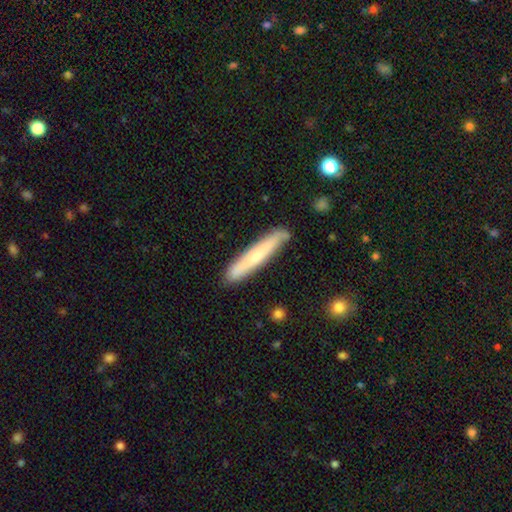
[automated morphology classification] A smooth galaxy with no disk features (62%) that is cigar-shaped (94%).

Vote fractions:
- Smooth or featured? smooth: 62% / featured or disk: 33% / star or artifact: 5%
- How rounded? cigar-shaped: 94% / in between: 5% / round: 1%
- Merging? none: 85% / minor disturbance: 11% / merger: 2% / major disturbance: 2%